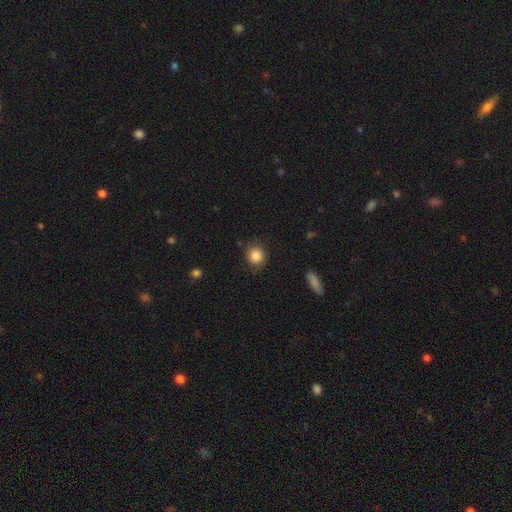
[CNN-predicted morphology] This is clearly a smooth galaxy (86%). How rounded: clearly round (87%). Merging: clearly none (87%).